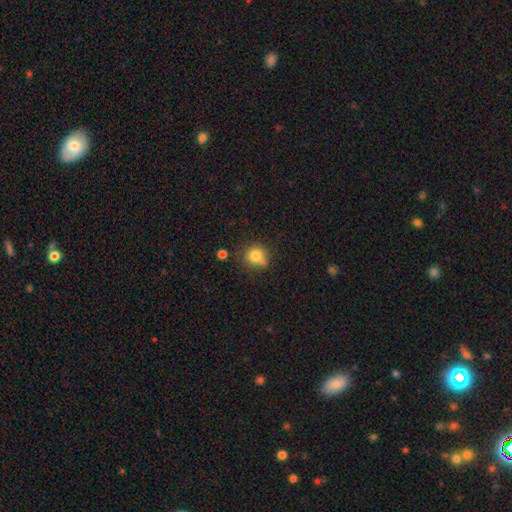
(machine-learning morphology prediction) Q: Smooth or featured?
A: smooth (79%); runner-up: star or artifact (12%)
Q: How rounded?
A: round (80%); runner-up: in between (19%)
Q: Merging?
A: none (60%); runner-up: minor disturbance (23%)